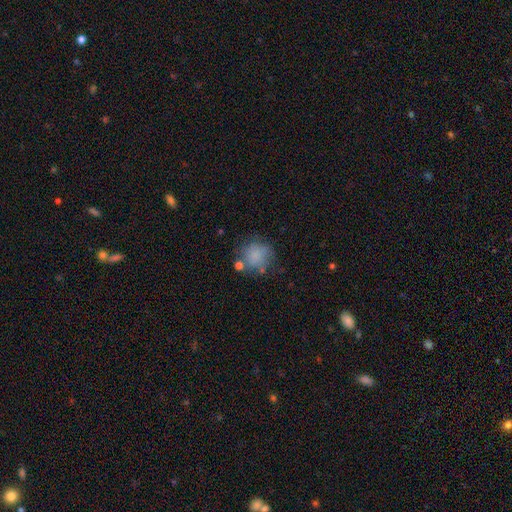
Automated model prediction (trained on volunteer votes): The model was most divided on "merging": none: 60%, minor disturbance: 21%, major disturbance: 11%, merger: 7%. More confident: how rounded — round (79%); smooth or featured — smooth (71%).